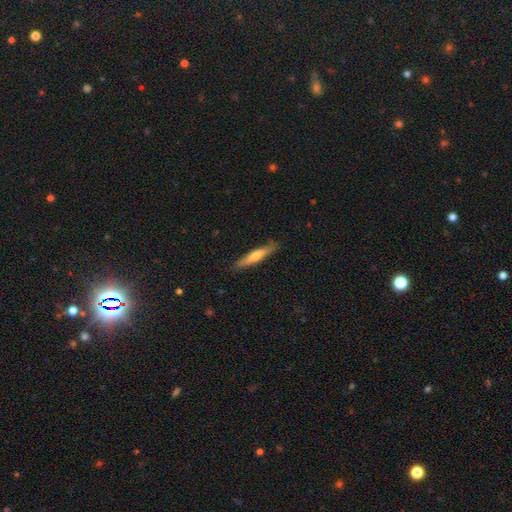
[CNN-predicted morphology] smooth-or-featured: smooth: 56% | featured or disk: 38% | star or artifact: 5%
  how-rounded: cigar-shaped: 91% | in between: 8% | round: 1%
  merging: none: 85% | minor disturbance: 12% | major disturbance: 2% | merger: 1%